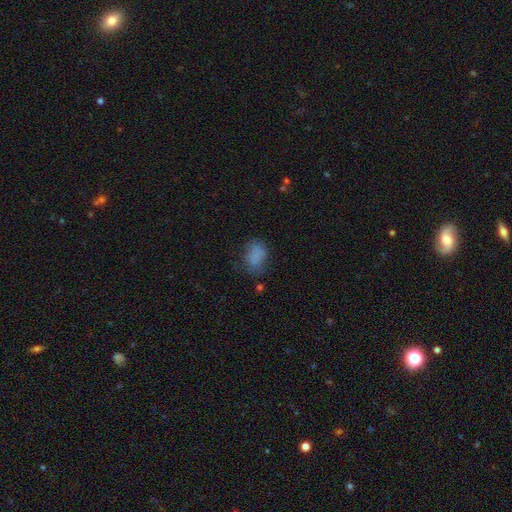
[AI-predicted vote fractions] Smooth or featured: smooth — 79% (star or artifact — 12%)
How rounded: in between — 75% (round — 24%)
Merging: none — 58% (minor disturbance — 26%)